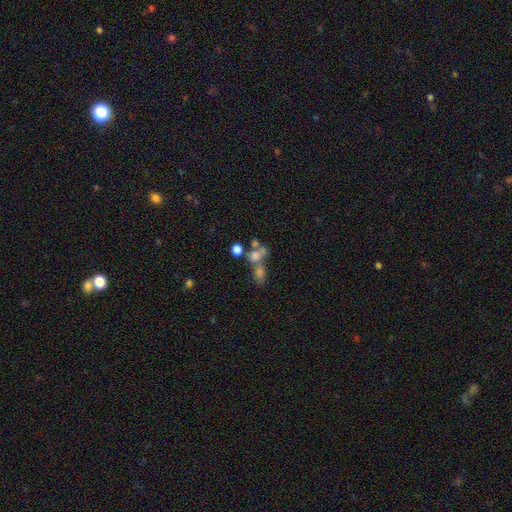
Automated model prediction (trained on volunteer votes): smooth-or-featured: smooth: 63% | featured or disk: 21% | star or artifact: 17%
  how-rounded: round: 58% | in between: 40% | cigar-shaped: 3%
  merging: merger: 54% | none: 29% | major disturbance: 9% | minor disturbance: 8%